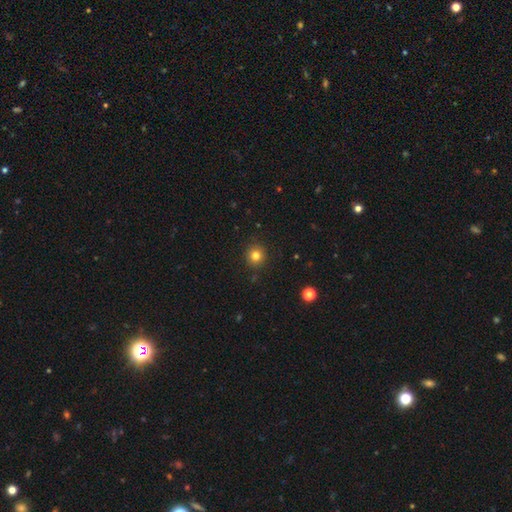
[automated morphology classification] Smooth or featured: smooth — 81% (star or artifact — 13%)
How rounded: round — 92% (in between — 8%)
Merging: none — 90% (minor disturbance — 6%)